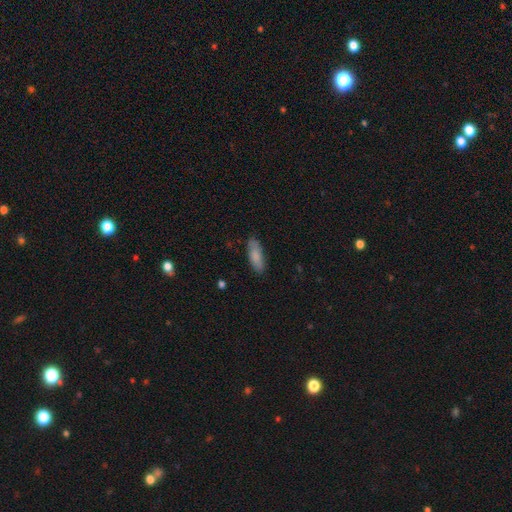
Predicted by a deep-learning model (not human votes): smooth_or_featured: smooth (p=0.84) [alt: featured or disk p=0.11]
how_rounded: in between (p=0.67) [alt: cigar-shaped p=0.32]
merging: none (p=0.83) [alt: minor disturbance p=0.14]